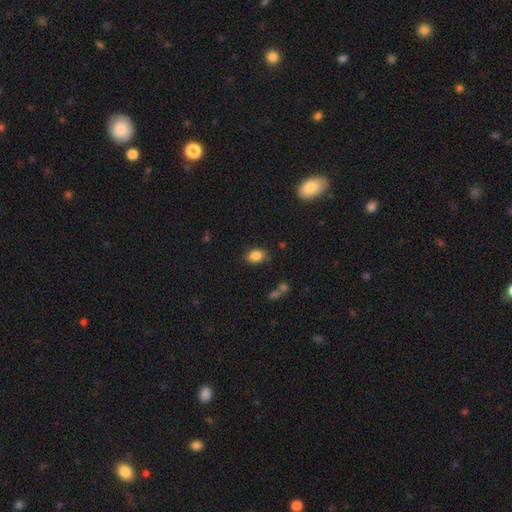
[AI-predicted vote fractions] This appears to be a smooth galaxy with no disk features (85%) that is in between round and cigar-shaped (78%). Merging: none (78%).